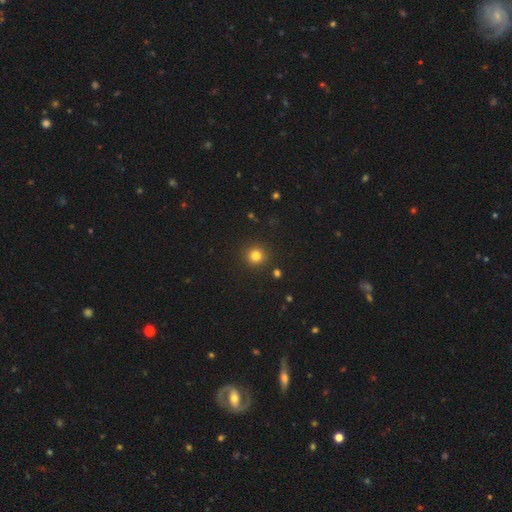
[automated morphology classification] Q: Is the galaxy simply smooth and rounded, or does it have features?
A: smooth — 81%.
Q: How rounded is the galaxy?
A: round — 94%.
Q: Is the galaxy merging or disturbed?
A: none — 90%.